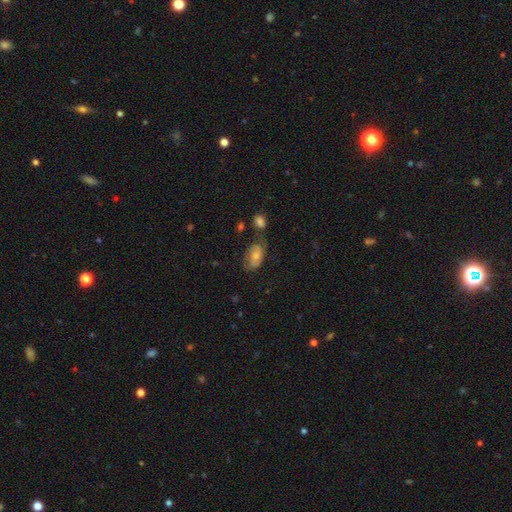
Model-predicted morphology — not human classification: Smooth or featured?
  - smooth: 55% *
  - featured or disk: 37%
  - star or artifact: 8%
How rounded?
  - in between: 89% *
  - round: 9%
  - cigar-shaped: 2%
Merging?
  - none: 43% *
  - minor disturbance: 28%
  - major disturbance: 18%
  - merger: 11%